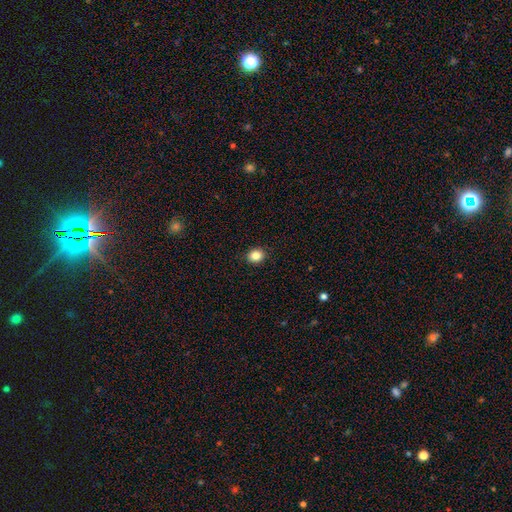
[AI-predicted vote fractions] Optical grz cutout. It shows a smooth galaxy with no disk features (85%) that is round (68%). Merging: none (90%).